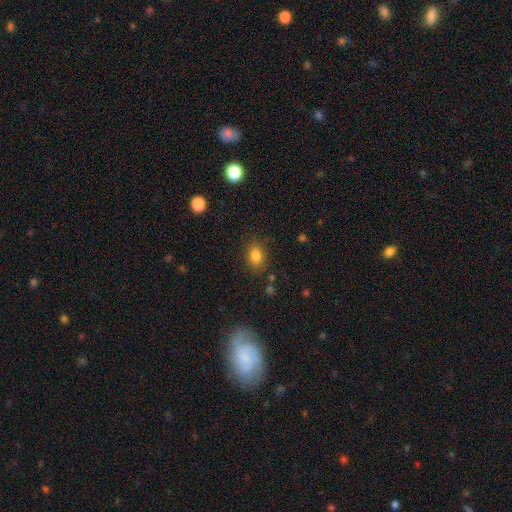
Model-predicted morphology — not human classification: Overall: smooth (83%). How rounded: in between (70%). Merging: none (81%).